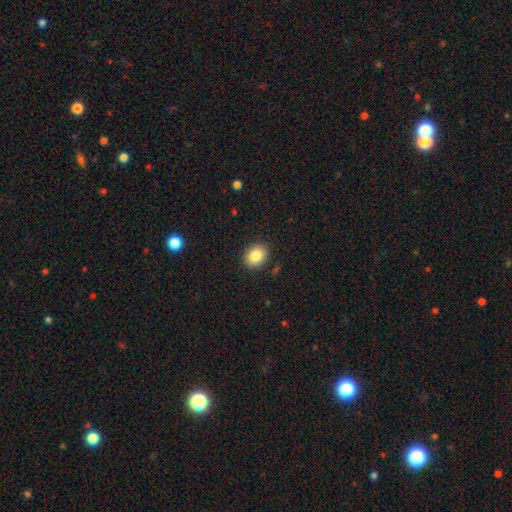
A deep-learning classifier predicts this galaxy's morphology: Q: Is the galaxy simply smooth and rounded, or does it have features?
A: smooth — 85%.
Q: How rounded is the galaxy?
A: in between — 52%.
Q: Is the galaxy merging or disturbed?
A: none — 89%.